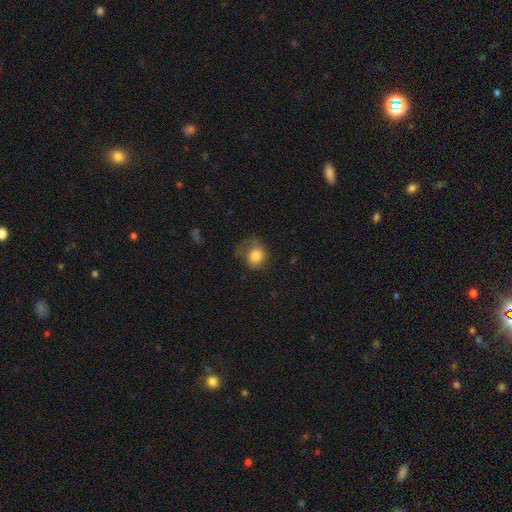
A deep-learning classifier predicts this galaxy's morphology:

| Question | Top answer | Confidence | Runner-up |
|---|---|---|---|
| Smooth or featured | smooth | 76% | featured or disk (15%) |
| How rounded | round | 65% | in between (34%) |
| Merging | none | 37% | major disturbance (33%) |